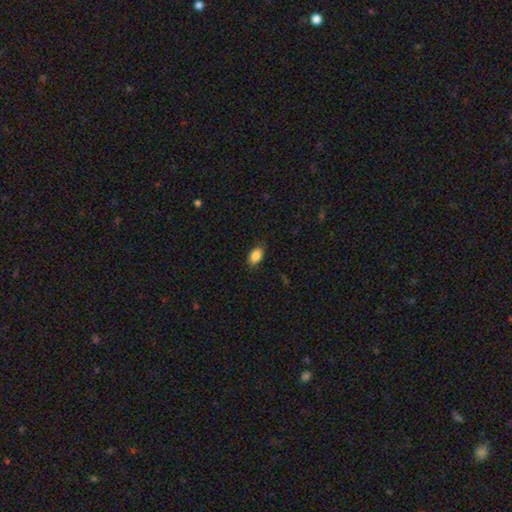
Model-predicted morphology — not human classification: Q: Smooth or featured?
A: smooth (87%); runner-up: star or artifact (8%)
Q: How rounded?
A: in between (89%); runner-up: round (8%)
Q: Merging?
A: none (82%); runner-up: minor disturbance (14%)